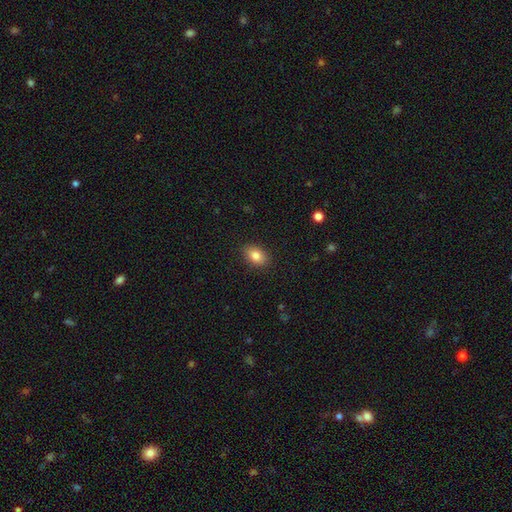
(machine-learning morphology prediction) Smooth or featured? smooth (83%)
How rounded? in between (84%)
Merging? none (88%)